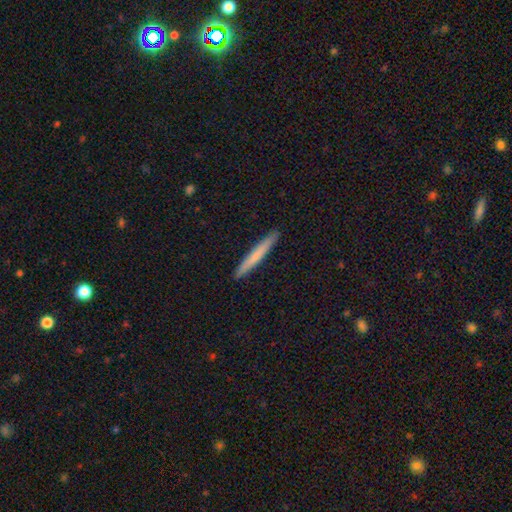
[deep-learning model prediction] smooth-or-featured: smooth: 71% | featured or disk: 24% | star or artifact: 5%
  how-rounded: cigar-shaped: 97% | in between: 2% | round: 1%
  merging: none: 93% | minor disturbance: 5% | major disturbance: 1% | merger: 1%